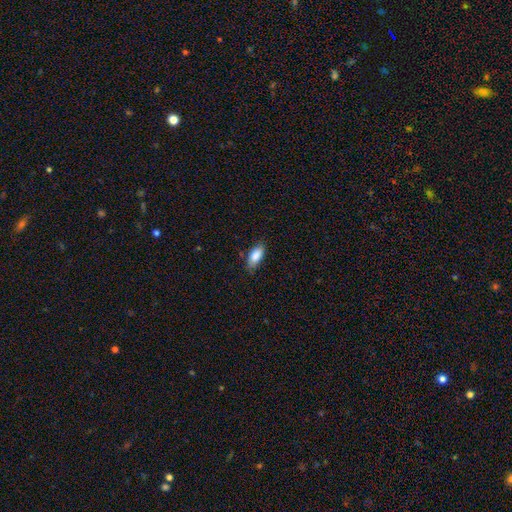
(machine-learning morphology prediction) This is clearly a smooth galaxy (87%). How rounded: clearly in between (87%). Merging: likely none (78%).